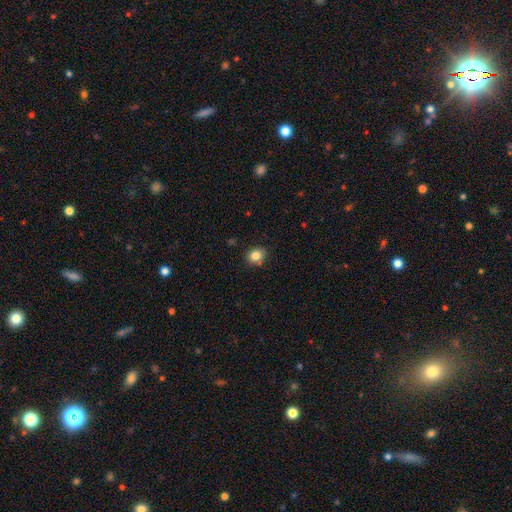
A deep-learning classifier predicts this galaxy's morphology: Smooth or featured? Predicted: smooth (p=0.84). How rounded? Predicted: round (p=0.69). Merging? Predicted: none (p=0.82).